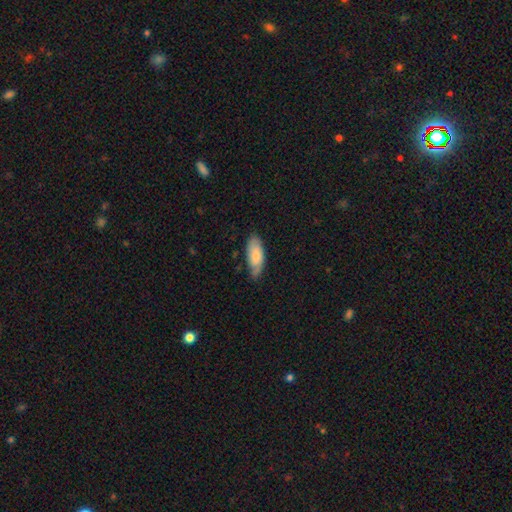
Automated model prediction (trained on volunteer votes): Smooth or featured? Predicted: smooth (p=0.71). How rounded? Predicted: in between (p=0.81). Merging? Predicted: none (p=0.67).